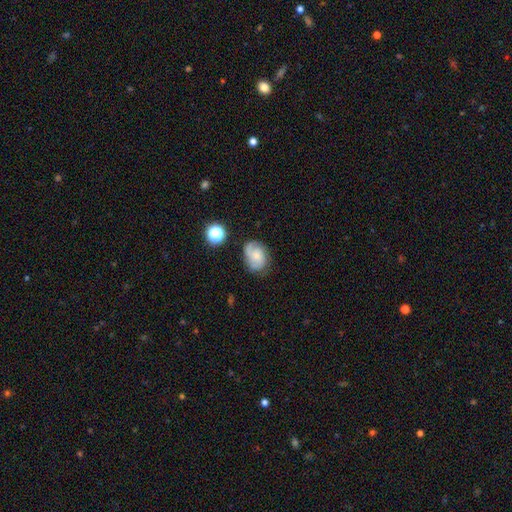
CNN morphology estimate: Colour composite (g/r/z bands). It shows a featured or disk galaxy (52%) with no bar (75%), spiral arms (87%) and a small central bulge (57%). Merging: none (64%).